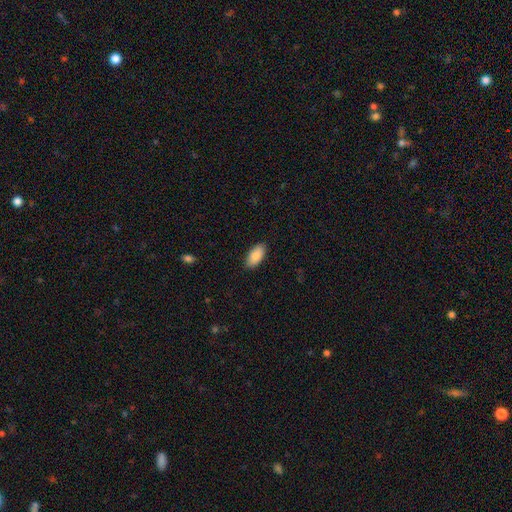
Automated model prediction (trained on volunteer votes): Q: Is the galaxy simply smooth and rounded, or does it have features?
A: smooth — 88%.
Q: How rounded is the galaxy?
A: in between — 93%.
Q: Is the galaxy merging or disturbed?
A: none — 87%.